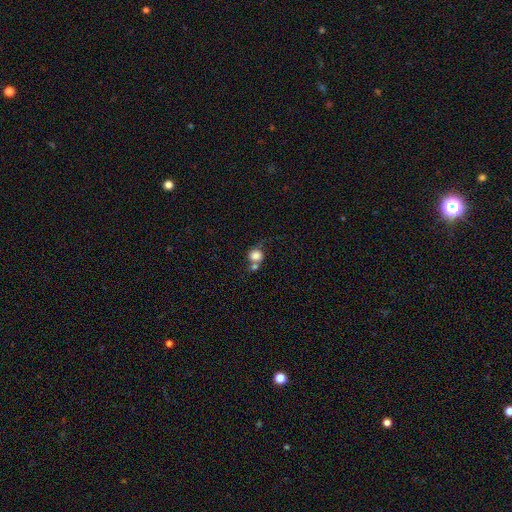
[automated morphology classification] Smooth or featured? smooth (78%)
How rounded? round (79%)
Merging? merger (43%)